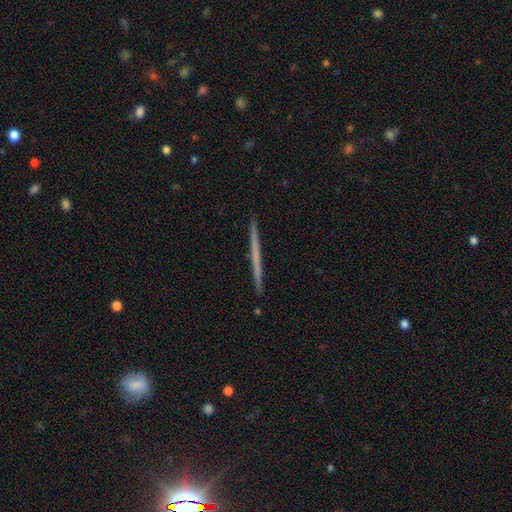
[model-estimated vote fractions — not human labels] featured or disk 52%, smooth 42%, star or artifact 6%. Down the decision tree: edge-on disk — yes (98%); edge-on bulge — none (93%); merging — none (93%).